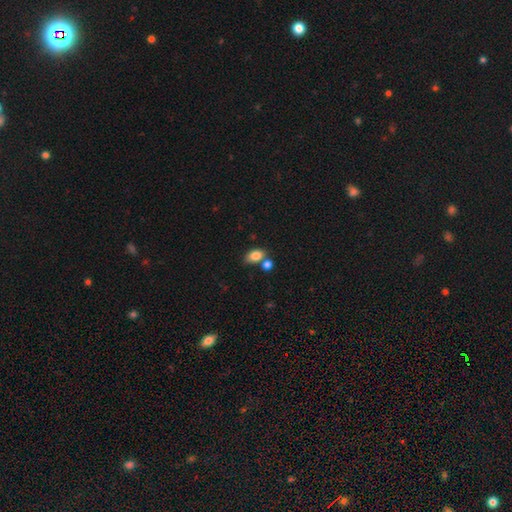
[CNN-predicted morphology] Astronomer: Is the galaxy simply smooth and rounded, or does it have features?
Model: smooth — 83%.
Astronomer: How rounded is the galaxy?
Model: in between — 84%.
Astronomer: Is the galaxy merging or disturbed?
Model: none — 55%.